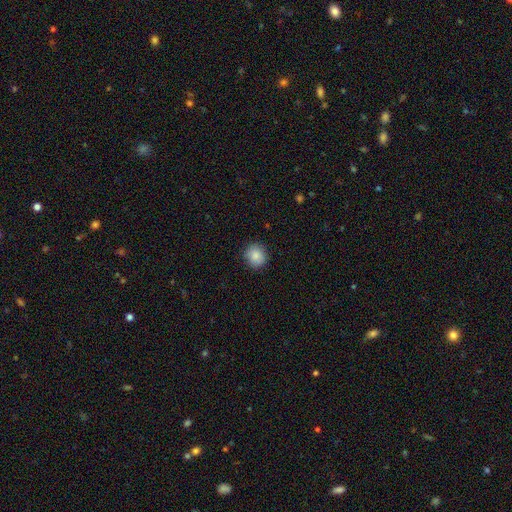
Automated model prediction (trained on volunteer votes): This appears to be a smooth galaxy with no disk features (87%) that is round (87%). Merging: none (88%).